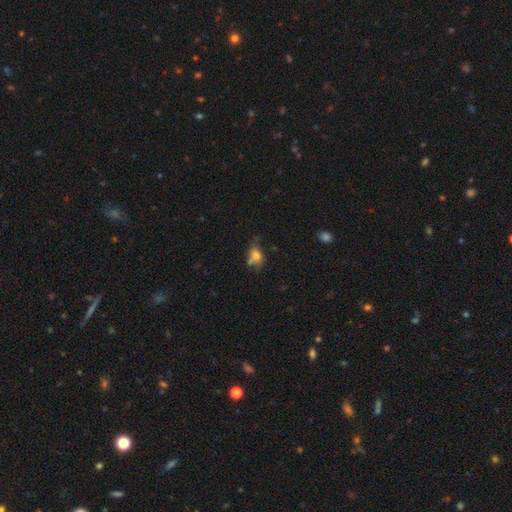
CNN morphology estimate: A smooth galaxy with no disk features (67%) that is in between round and cigar-shaped (71%). Merging: none (41%).